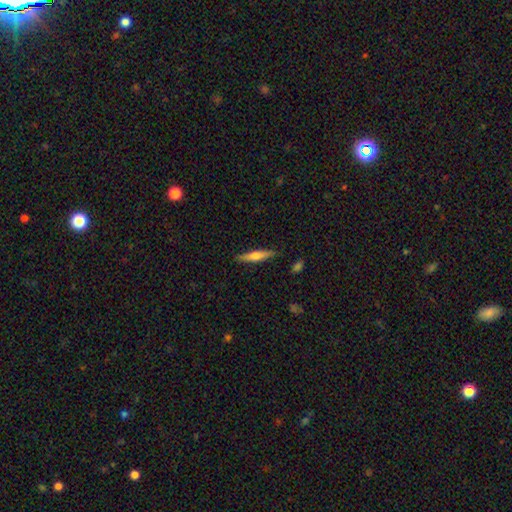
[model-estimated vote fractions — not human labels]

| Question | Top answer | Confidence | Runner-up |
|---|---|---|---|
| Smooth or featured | smooth | 52% | featured or disk (42%) |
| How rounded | cigar-shaped | 86% | in between (12%) |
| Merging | none | 87% | minor disturbance (10%) |